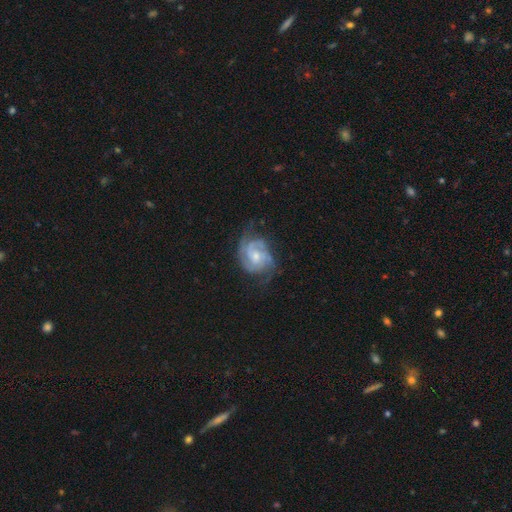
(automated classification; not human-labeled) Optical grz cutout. It shows a featured or disk galaxy (85%) with no bar (64%), 2 (33%, tied with 3) tight (53%) spiral arms (96%) and a small central bulge (53%). Merging: none (62%).